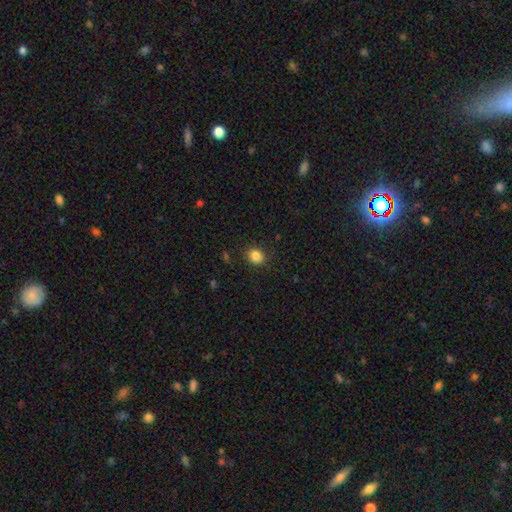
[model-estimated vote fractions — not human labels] smooth 85%, star or artifact 11%, featured or disk 4%. Down the decision tree: how rounded — round (69%); merging — none (88%).